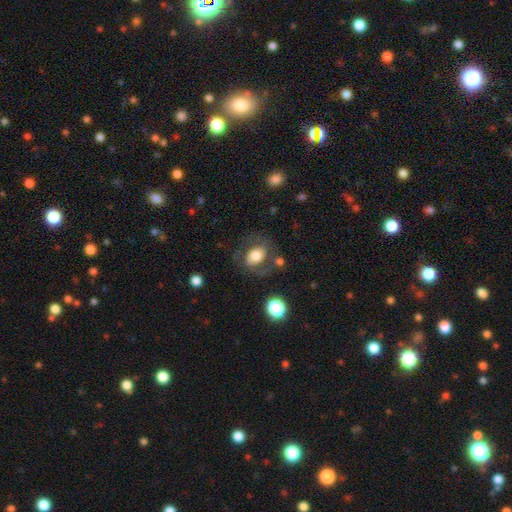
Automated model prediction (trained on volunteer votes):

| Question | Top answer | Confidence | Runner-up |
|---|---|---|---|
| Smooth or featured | smooth | 51% | featured or disk (39%) |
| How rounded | in between | 55% | round (44%) |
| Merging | none | 60% | minor disturbance (19%) |